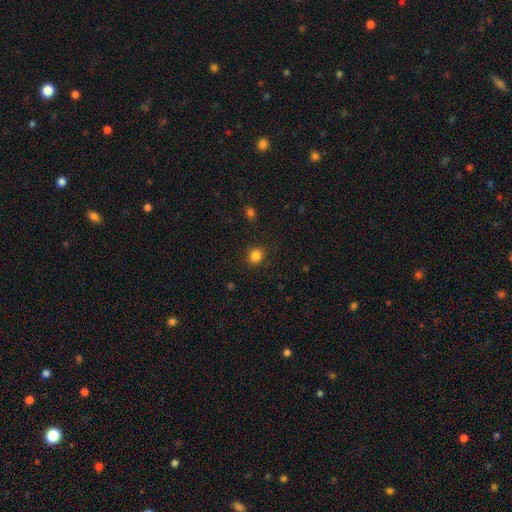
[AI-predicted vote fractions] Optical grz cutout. It shows a smooth galaxy with no disk features (85%) that is round (66%). Merging: none (88%).